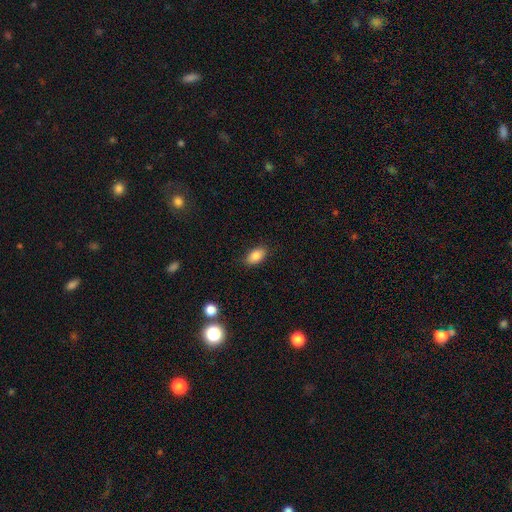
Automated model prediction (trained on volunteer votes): The model was most divided on "merging": none: 86%, minor disturbance: 11%, major disturbance: 2%, merger: 1%. More confident: how rounded — in between (91%); smooth or featured — smooth (85%).